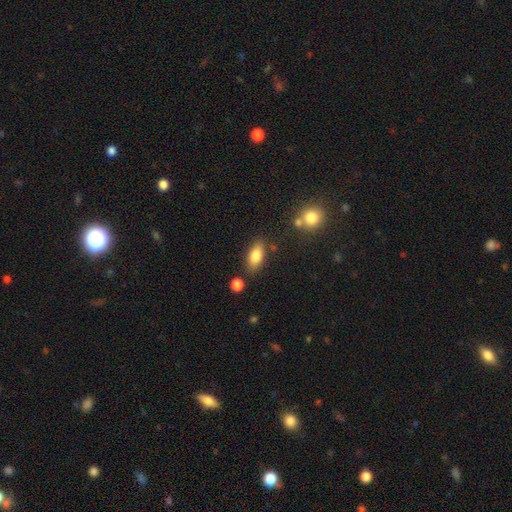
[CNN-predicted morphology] The model was most divided on "merging": none: 79%, minor disturbance: 13%, merger: 5%, major disturbance: 3%. More confident: how rounded — in between (86%); smooth or featured — smooth (82%).